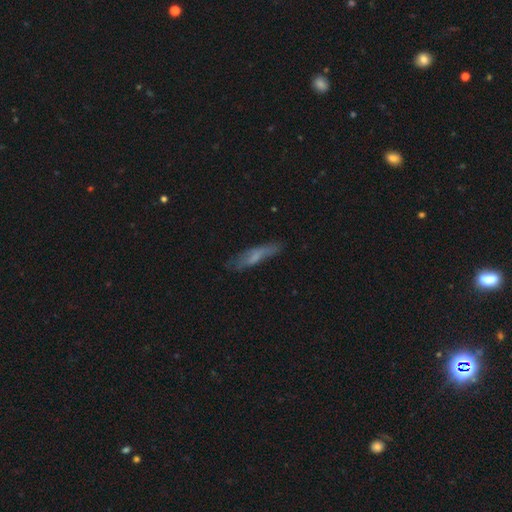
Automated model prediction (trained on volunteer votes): A smooth galaxy with no disk features (55%) that is cigar-shaped (78%).

Vote fractions:
- Smooth or featured? smooth: 55% / featured or disk: 36% / star or artifact: 9%
- How rounded? cigar-shaped: 78% / in between: 20% / round: 2%
- Merging? none: 67% / minor disturbance: 23% / major disturbance: 8% / merger: 2%